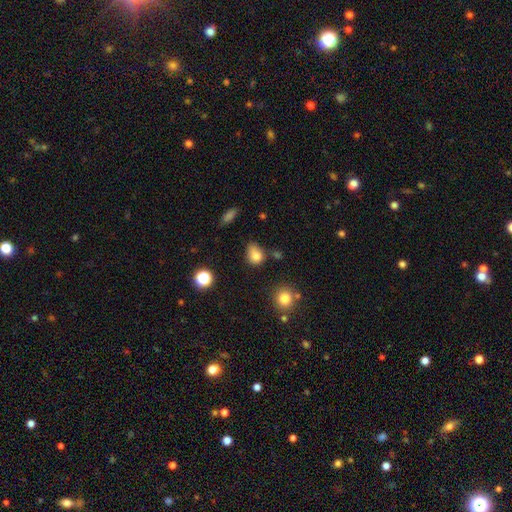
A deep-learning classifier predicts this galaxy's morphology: smooth 80%, star or artifact 13%, featured or disk 7%. Down the decision tree: how rounded — in between (54%); merging — none (51%).